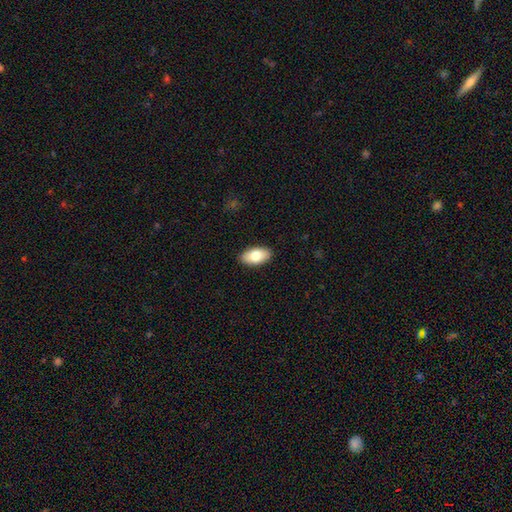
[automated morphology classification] A smooth galaxy with no disk features (79%) that is in between round and cigar-shaped (94%). Merging: none (89%).